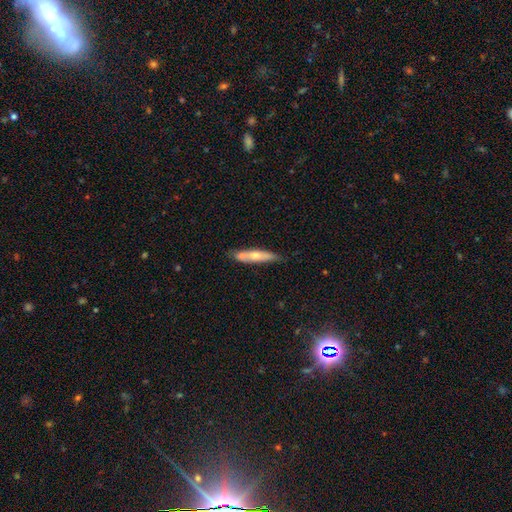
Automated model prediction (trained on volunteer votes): This is likely a smooth galaxy (60%). How rounded: clearly cigar-shaped (82%). Merging: likely none (62%).